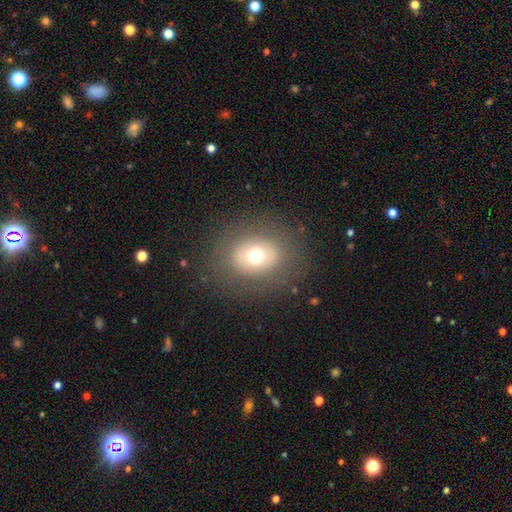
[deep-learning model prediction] smooth-or-featured: smooth: 66% | featured or disk: 19% | star or artifact: 14%
  how-rounded: round: 64% | in between: 35% | cigar-shaped: 1%
  merging: none: 84% | minor disturbance: 9% | major disturbance: 6% | merger: 1%